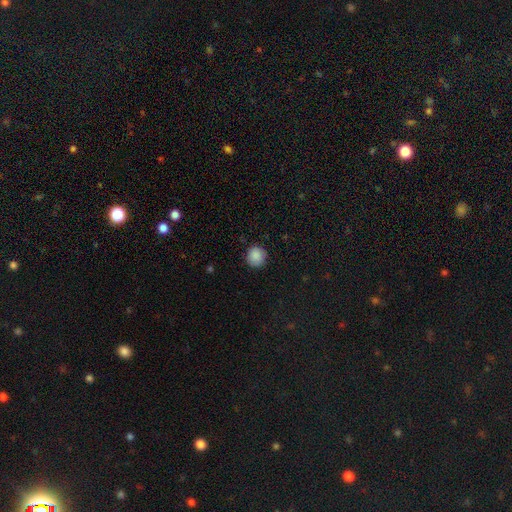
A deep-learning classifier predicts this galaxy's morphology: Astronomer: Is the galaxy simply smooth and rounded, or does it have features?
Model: smooth — 88%.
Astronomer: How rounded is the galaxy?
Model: round — 91%.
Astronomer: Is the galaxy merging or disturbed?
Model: none — 87%.